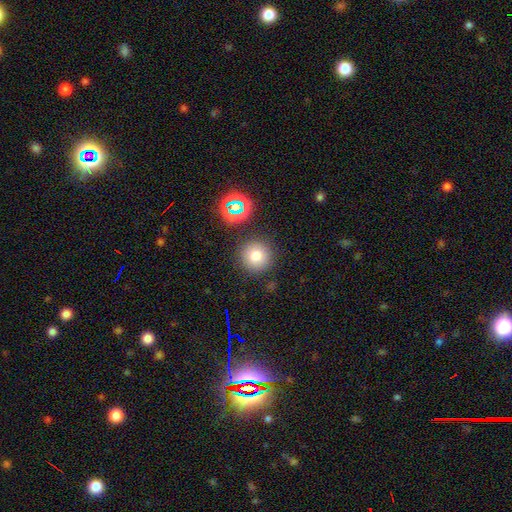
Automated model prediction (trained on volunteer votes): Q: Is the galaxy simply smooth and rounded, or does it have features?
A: smooth — 75%.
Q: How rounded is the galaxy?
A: round — 95%.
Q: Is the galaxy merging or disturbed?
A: none — 86%.